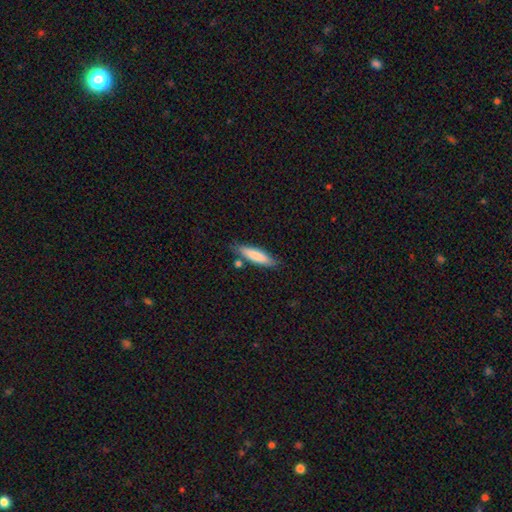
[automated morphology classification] smooth-or-featured: smooth: 80% | featured or disk: 14% | star or artifact: 6%
  how-rounded: cigar-shaped: 72% | in between: 26% | round: 1%
  merging: none: 77% | minor disturbance: 14% | merger: 6% | major disturbance: 3%